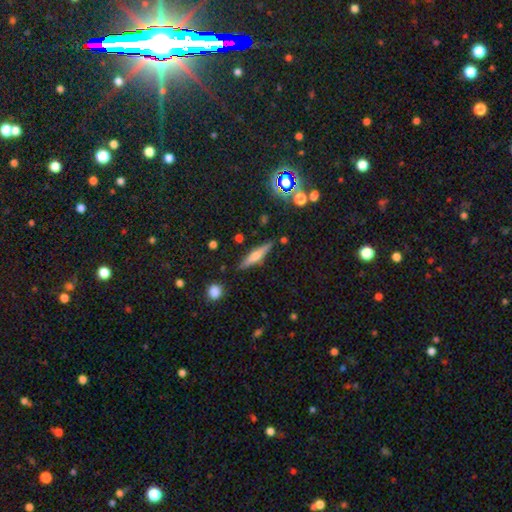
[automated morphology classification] smooth-or-featured: featured or disk: 50% | smooth: 40% | star or artifact: 10%
  merging: none: 86% | minor disturbance: 9% | merger: 3% | major disturbance: 2%